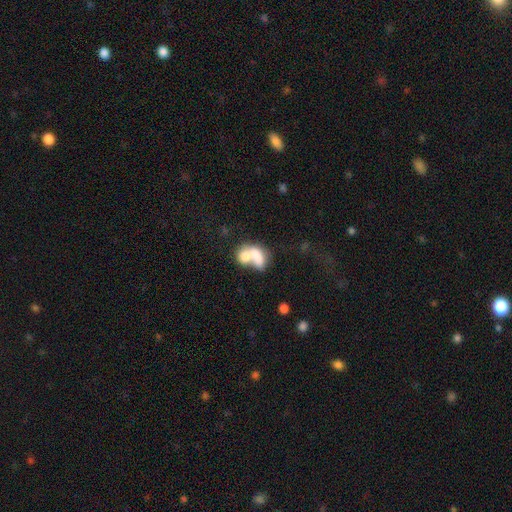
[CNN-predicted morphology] Overall: smooth (69%). How rounded: in between (74%). Merging: merger (71%).